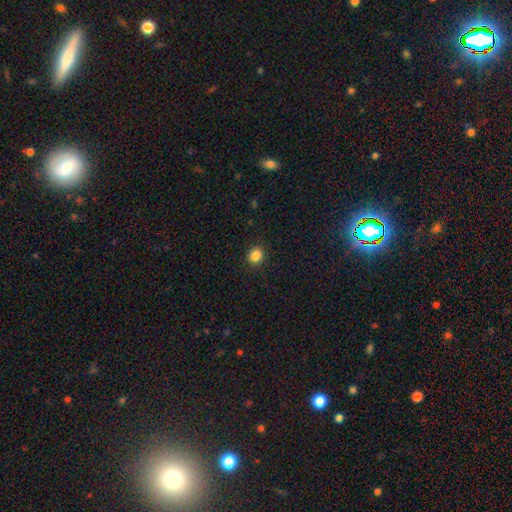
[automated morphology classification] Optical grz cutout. It shows a smooth galaxy with no disk features (86%) that is round (61%). Merging: none (90%).